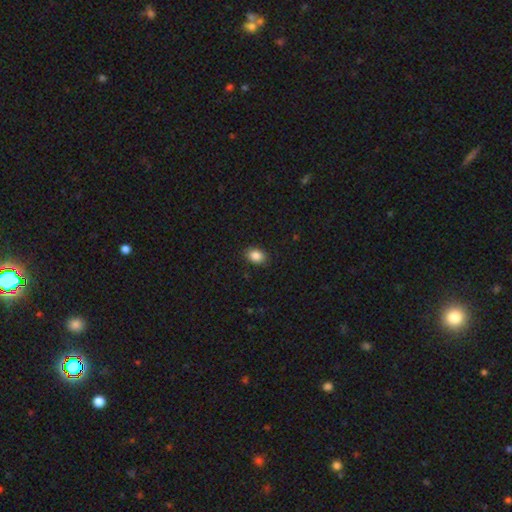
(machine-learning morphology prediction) Overall: smooth (87%). How rounded: in between (70%). Merging: none (89%).